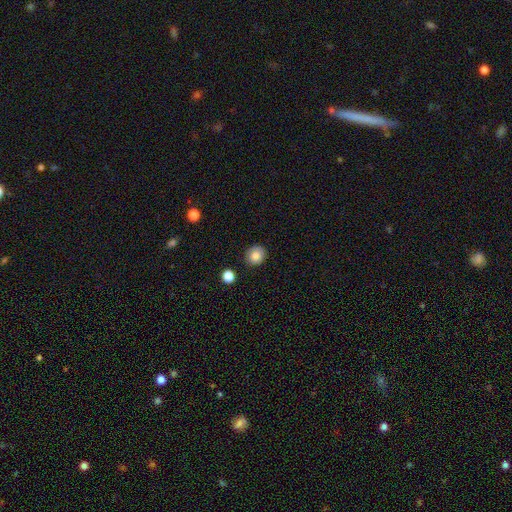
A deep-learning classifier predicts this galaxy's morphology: Smooth or featured? smooth (84%)
How rounded? round (86%)
Merging? none (89%)